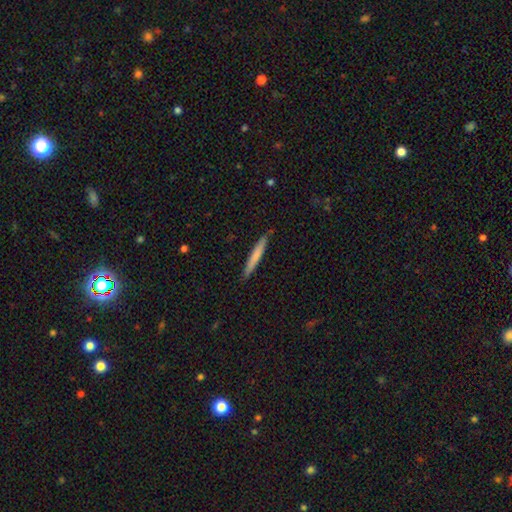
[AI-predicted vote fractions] The model was most divided on "smooth or featured": smooth: 67%, featured or disk: 27%, star or artifact: 6%. More confident: how rounded — cigar-shaped (96%); merging — none (87%).